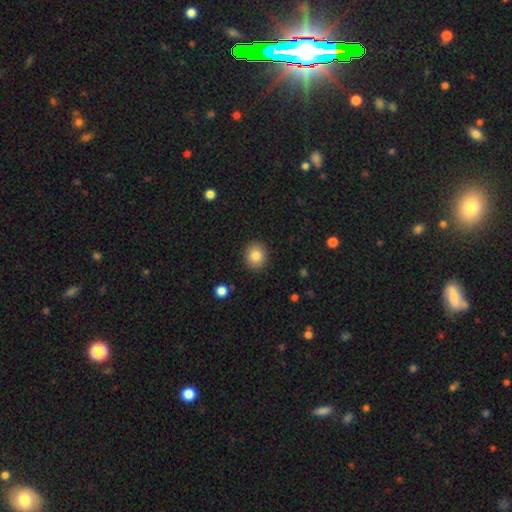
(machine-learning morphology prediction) This is clearly a smooth galaxy (84%). How rounded: clearly round (81%). Merging: clearly none (90%).